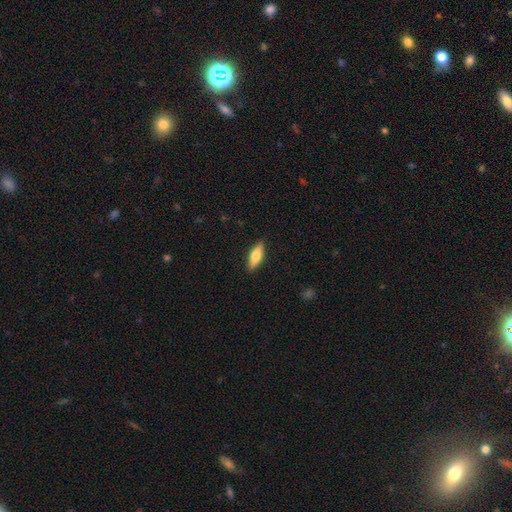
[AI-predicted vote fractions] This appears to be a smooth galaxy with no disk features (67%) that is in between round and cigar-shaped (61%). Merging: none (89%).